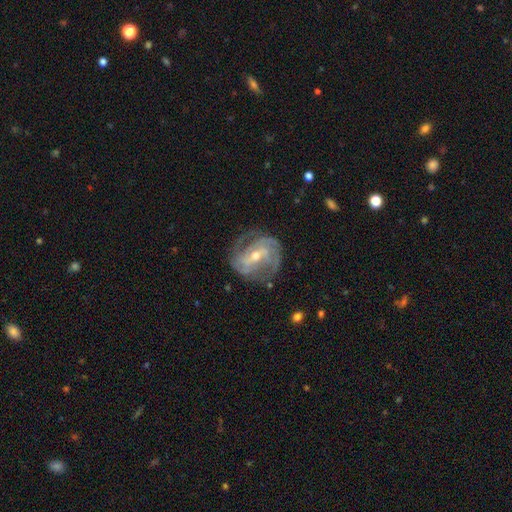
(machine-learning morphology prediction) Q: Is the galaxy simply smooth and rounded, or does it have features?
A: featured or disk — 87%.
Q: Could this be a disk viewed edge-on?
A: no — 97%.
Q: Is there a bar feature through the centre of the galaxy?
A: weak — 42%.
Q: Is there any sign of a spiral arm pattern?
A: yes — 95%.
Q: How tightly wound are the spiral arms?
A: tight — 50%.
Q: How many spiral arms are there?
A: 2 — 32%.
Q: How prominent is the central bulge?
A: moderate — 51%.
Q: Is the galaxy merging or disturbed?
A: none — 71%.